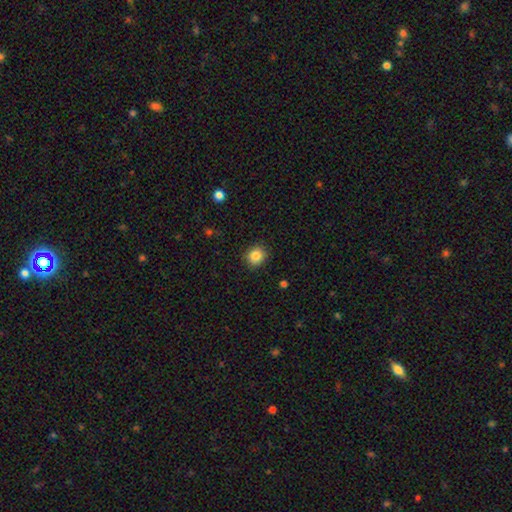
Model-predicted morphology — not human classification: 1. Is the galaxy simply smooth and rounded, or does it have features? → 85% smooth, 10% star or artifact, 5% featured or disk.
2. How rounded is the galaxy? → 82% round, 17% in between, 1% cigar-shaped.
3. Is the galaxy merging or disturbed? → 89% none, 7% minor disturbance, 2% major disturbance, 1% merger.